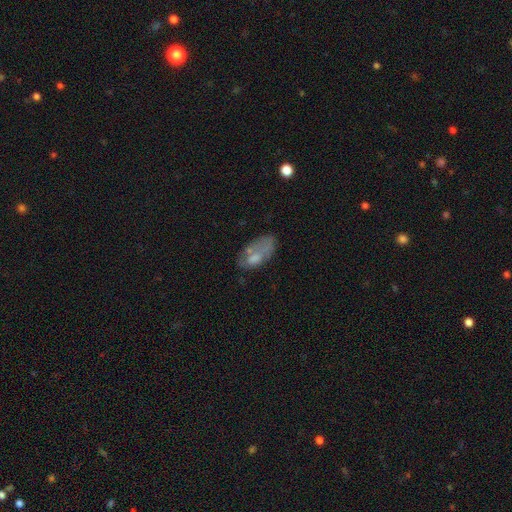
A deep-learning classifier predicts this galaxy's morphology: Smooth or featured? smooth (57%)
How rounded? in between (89%)
Merging? none (37%)